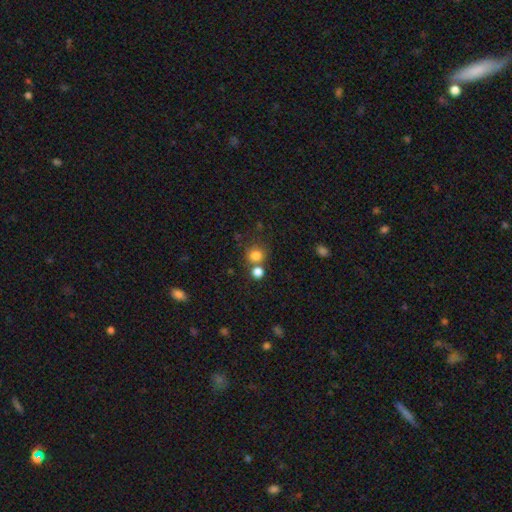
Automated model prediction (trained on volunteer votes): Smooth or featured: smooth — 80% (star or artifact — 13%)
How rounded: round — 84% (in between — 15%)
Merging: none — 62% (merger — 25%)